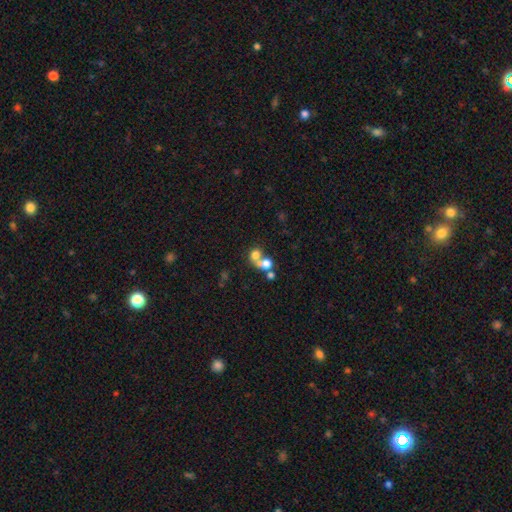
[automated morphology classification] Smooth or featured: smooth — 67% (featured or disk — 19%)
How rounded: round — 65% (in between — 34%)
Merging: merger — 60% (none — 28%)